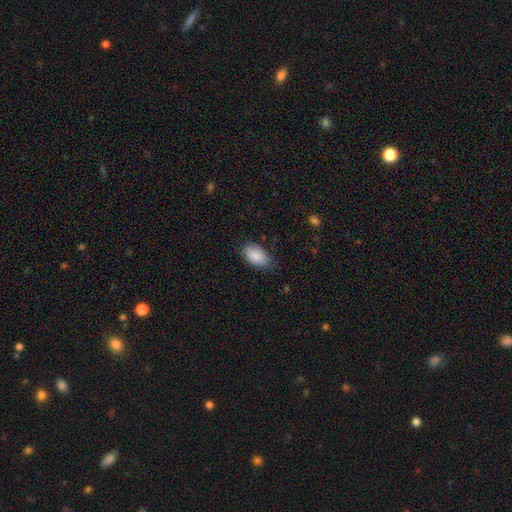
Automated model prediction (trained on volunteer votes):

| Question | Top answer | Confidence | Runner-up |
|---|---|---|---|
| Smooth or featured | smooth | 87% | featured or disk (6%) |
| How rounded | in between | 93% | round (5%) |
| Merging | none | 72% | minor disturbance (23%) |